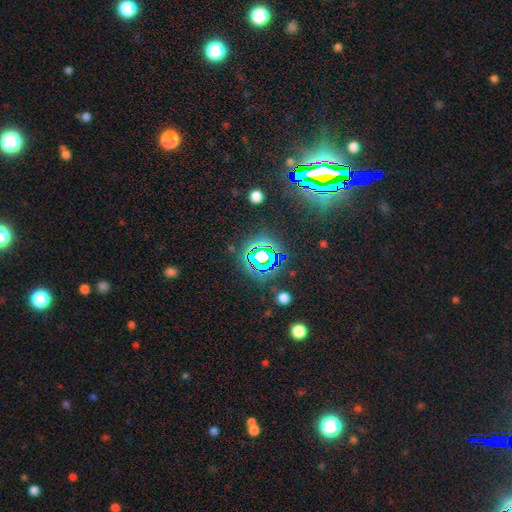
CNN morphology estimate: The model was most divided on "smooth or featured": star or artifact: 84%, smooth: 9%, featured or disk: 7%.